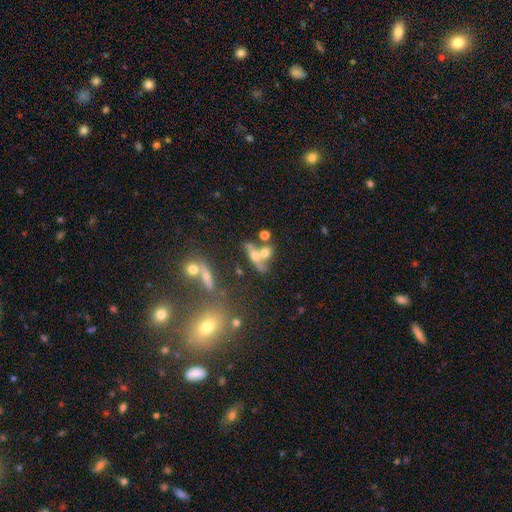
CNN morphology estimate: Smooth or featured? Predicted: smooth (p=0.43). Merging? Predicted: merger (p=0.44).